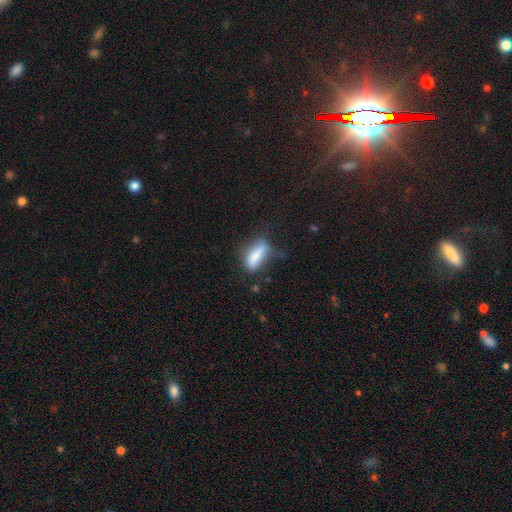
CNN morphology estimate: Smooth or featured? Predicted: smooth (p=0.73). How rounded? Predicted: in between (p=0.61). Merging? Predicted: none (p=0.53).